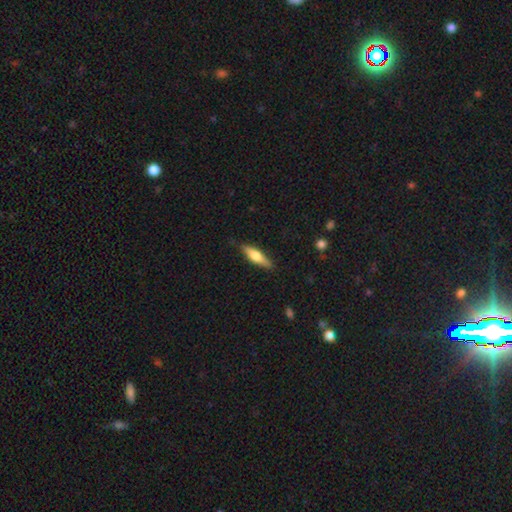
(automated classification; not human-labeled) Smooth or featured? smooth (53%)
How rounded? cigar-shaped (66%)
Merging? none (84%)